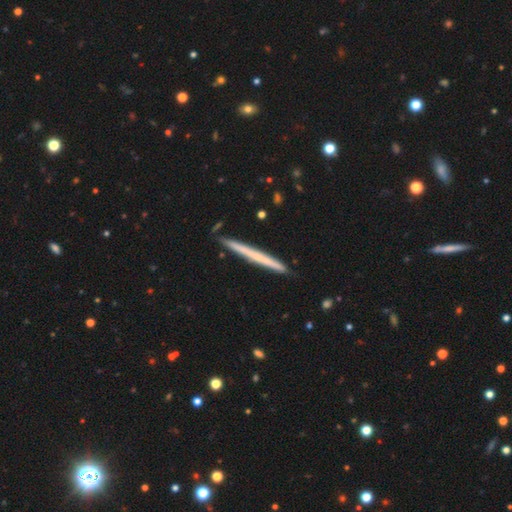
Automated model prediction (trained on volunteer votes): smooth_or_featured: smooth (p=0.47) [tied with: featured or disk p=0.47]
merging: none (p=0.89) [alt: minor disturbance p=0.08]